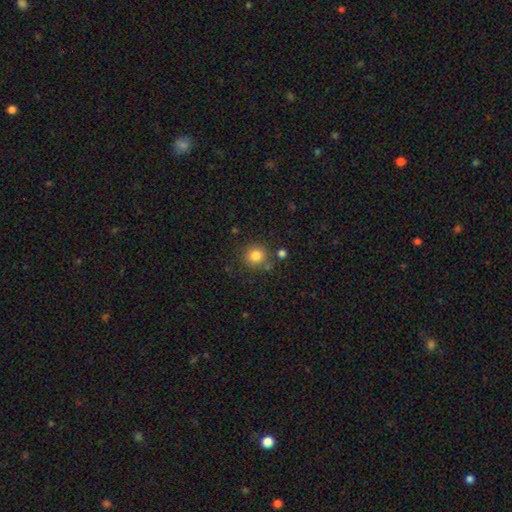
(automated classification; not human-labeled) The model was most divided on "merging": none: 80%, minor disturbance: 10%, merger: 7%, major disturbance: 4%. More confident: how rounded — round (90%); smooth or featured — smooth (83%).